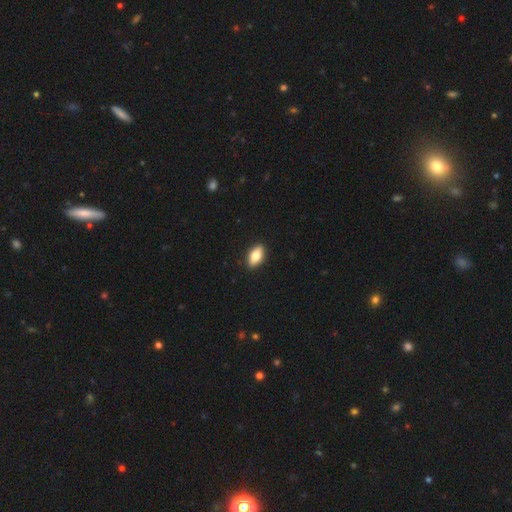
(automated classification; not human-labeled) Q: Smooth or featured?
A: smooth (77%); runner-up: featured or disk (16%)
Q: How rounded?
A: in between (87%); runner-up: cigar-shaped (8%)
Q: Merging?
A: none (90%); runner-up: minor disturbance (7%)